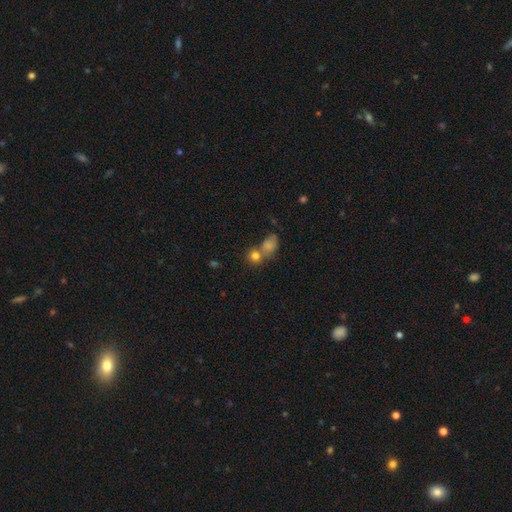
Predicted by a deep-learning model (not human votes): Morphology: type=smooth (80%); roundness=round (78%); merging=none (46%).